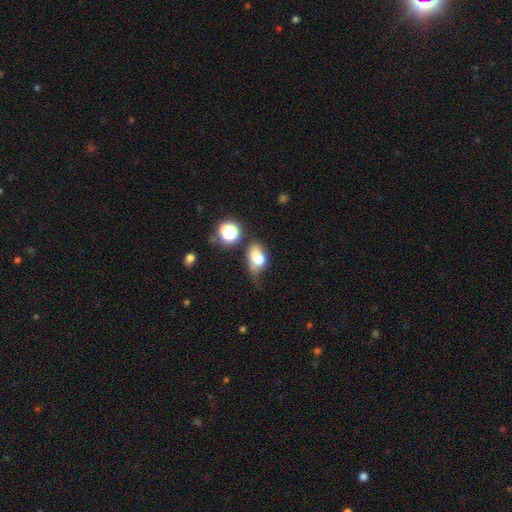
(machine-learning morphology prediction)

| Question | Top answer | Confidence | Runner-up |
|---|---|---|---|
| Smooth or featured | smooth | 67% | featured or disk (19%) |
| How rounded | in between | 74% | round (24%) |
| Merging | none | 35% | minor disturbance (26%) |